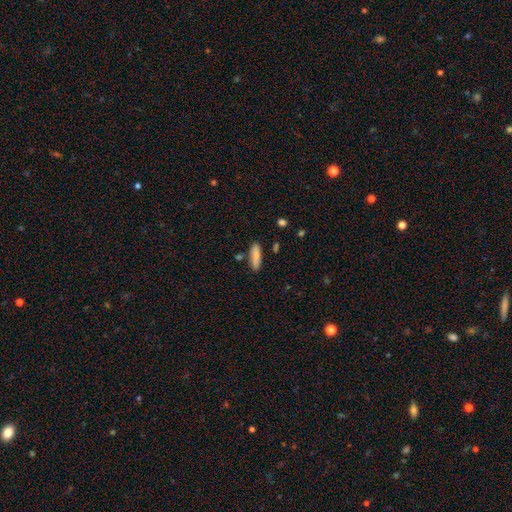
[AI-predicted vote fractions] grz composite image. It shows a smooth galaxy with no disk features (81%) that is cigar-shaped (58%). Merging: none (82%).